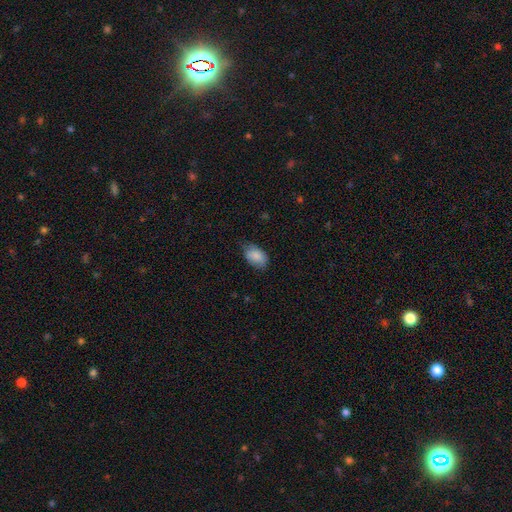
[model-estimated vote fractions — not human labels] smooth-or-featured: smooth: 85% | featured or disk: 8% | star or artifact: 7%
  how-rounded: in between: 91% | round: 8% | cigar-shaped: 1%
  merging: none: 66% | minor disturbance: 28% | major disturbance: 5% | merger: 1%